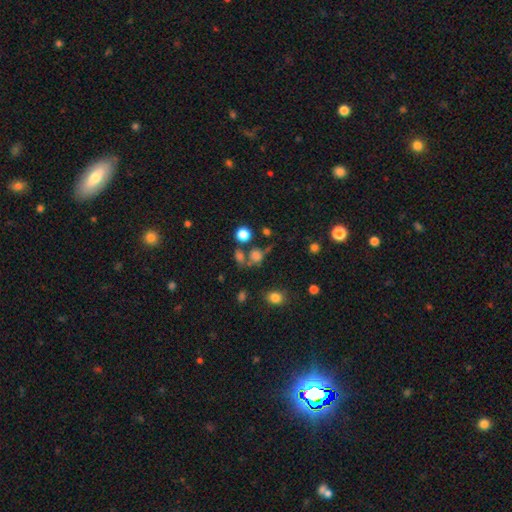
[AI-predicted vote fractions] Overall: smooth (69%). How rounded: round (73%). Merging: none (52%; merger 24%).